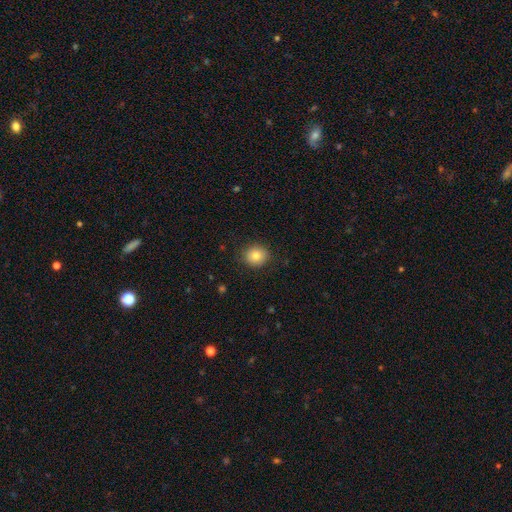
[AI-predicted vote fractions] smooth 82%, star or artifact 10%, featured or disk 8%. Down the decision tree: how rounded — round (83%); merging — none (88%).